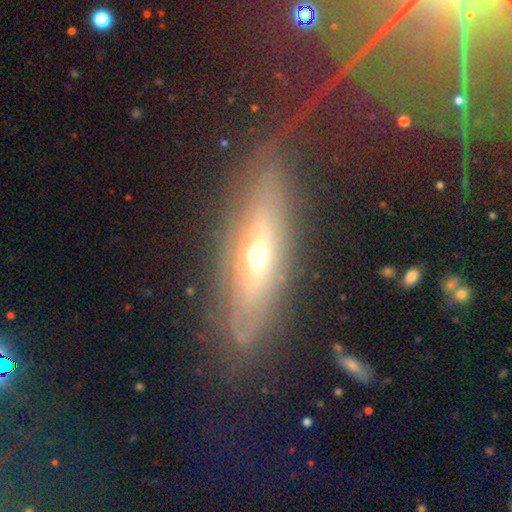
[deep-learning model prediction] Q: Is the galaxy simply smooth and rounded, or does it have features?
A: featured or disk — 47%.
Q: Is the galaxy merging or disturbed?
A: none — 84%.